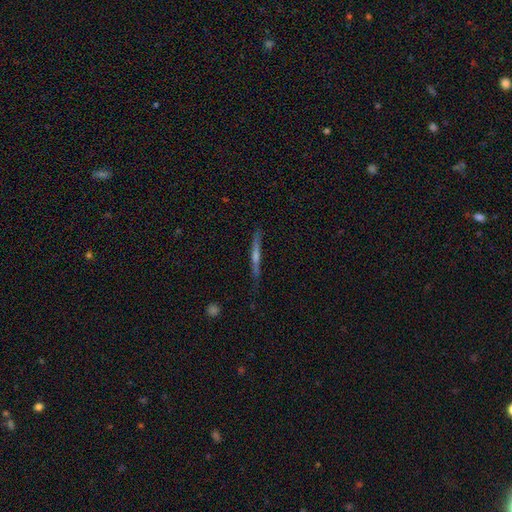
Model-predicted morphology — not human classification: Smooth or featured?
  - featured or disk: 69% *
  - smooth: 21%
  - star or artifact: 10%
Edge-on disk?
  - yes: 96% *
  - no: 4%
Edge-on bulge?
  - rounded: 72% *
  - none: 20%
  - boxy: 8%
Merging?
  - none: 85% *
  - minor disturbance: 11%
  - major disturbance: 3%
  - merger: 2%